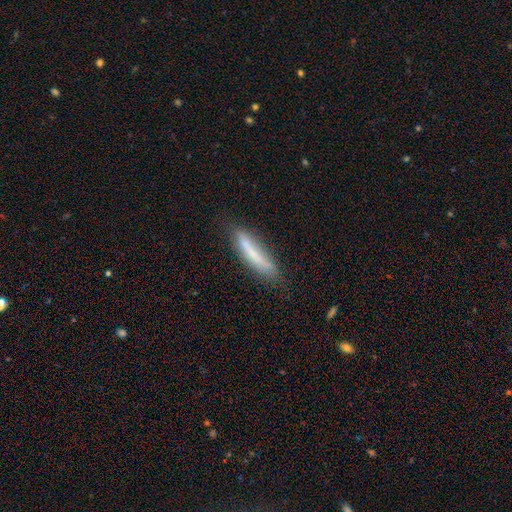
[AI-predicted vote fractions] smooth_or_featured: smooth (p=0.66) [alt: featured or disk p=0.25]
how_rounded: cigar-shaped (p=0.87) [alt: in between p=0.12]
merging: none (p=0.72) [alt: minor disturbance p=0.21]